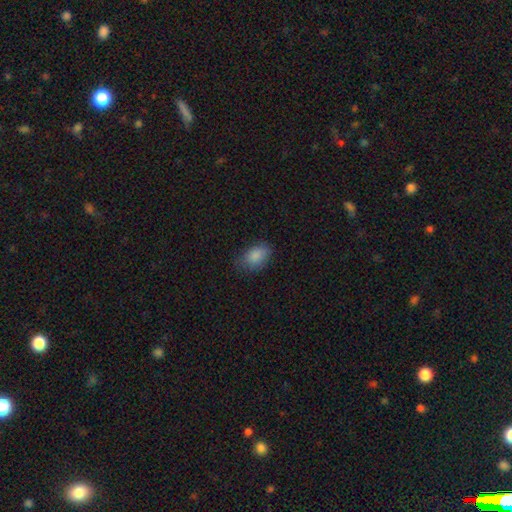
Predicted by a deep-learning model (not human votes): smooth_or_featured: smooth (p=0.87) [alt: star or artifact p=0.08]
how_rounded: in between (p=0.86) [alt: round p=0.12]
merging: none (p=0.72) [alt: minor disturbance p=0.21]